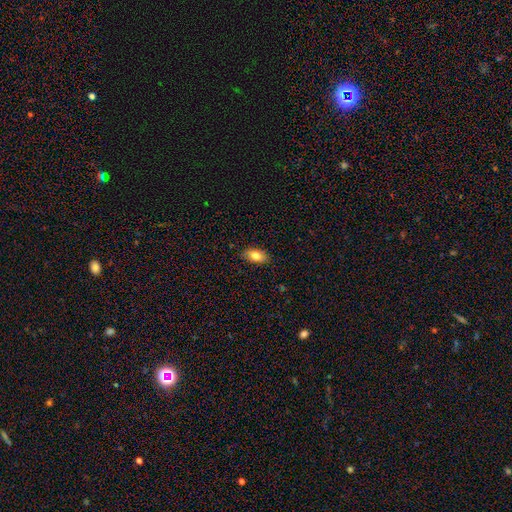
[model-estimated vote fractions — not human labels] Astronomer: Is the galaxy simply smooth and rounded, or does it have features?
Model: smooth — 82%.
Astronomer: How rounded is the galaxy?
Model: in between — 90%.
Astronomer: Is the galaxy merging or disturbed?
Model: none — 87%.